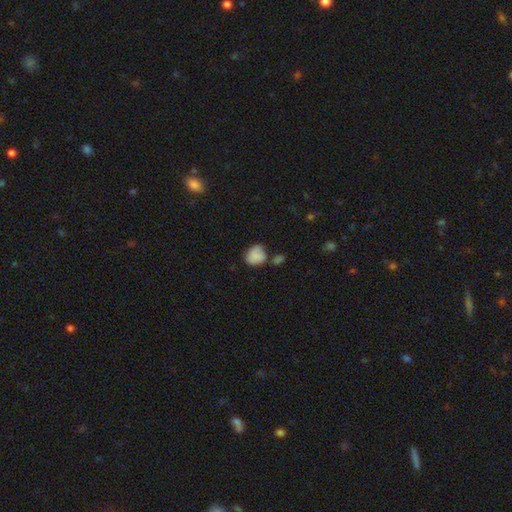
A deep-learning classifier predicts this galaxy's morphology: A smooth galaxy with no disk features (83%) that is round (51%).

Vote fractions:
- Smooth or featured? smooth: 83% / star or artifact: 9% / featured or disk: 8%
- How rounded? round: 51% / in between: 48% / cigar-shaped: 1%
- Merging? none: 49% / minor disturbance: 25% / merger: 18% / major disturbance: 8%